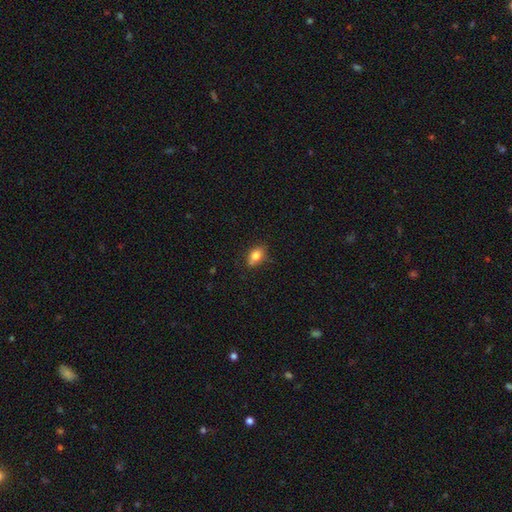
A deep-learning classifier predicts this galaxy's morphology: smooth_or_featured: smooth (p=0.81) [alt: featured or disk p=0.10]
how_rounded: in between (p=0.82) [alt: round p=0.15]
merging: none (p=0.74) [alt: minor disturbance p=0.20]